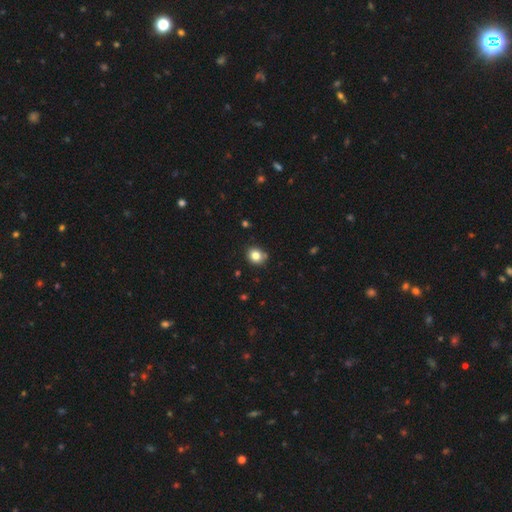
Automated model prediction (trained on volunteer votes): smooth 81%, star or artifact 11%, featured or disk 8%. Down the decision tree: how rounded — round (73%); merging — none (81%).